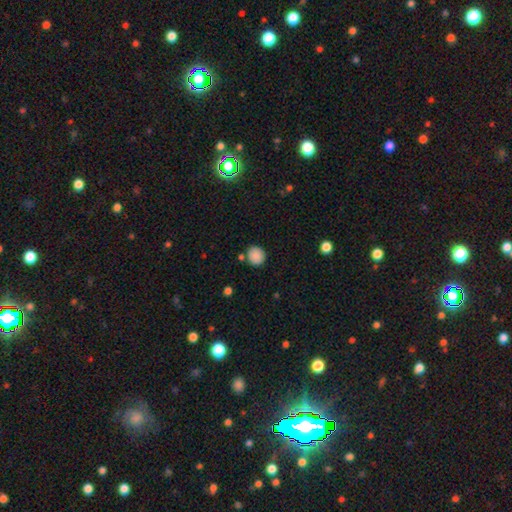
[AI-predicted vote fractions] A smooth galaxy with no disk features (87%) that is round (87%). Merging: none (80%).